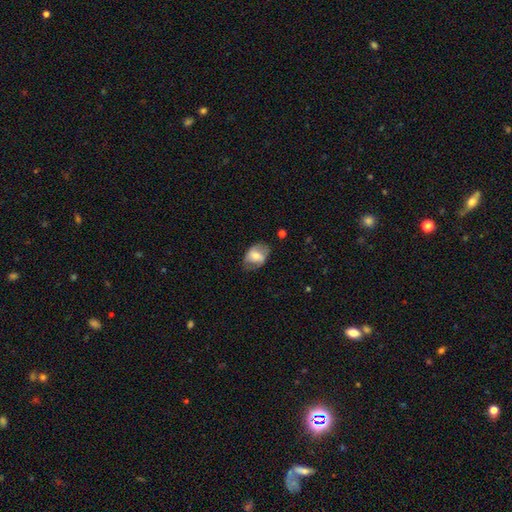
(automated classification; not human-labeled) Q: Smooth or featured?
A: smooth (54%); runner-up: featured or disk (38%)
Q: How rounded?
A: in between (79%); runner-up: round (20%)
Q: Merging?
A: none (64%); runner-up: minor disturbance (24%)